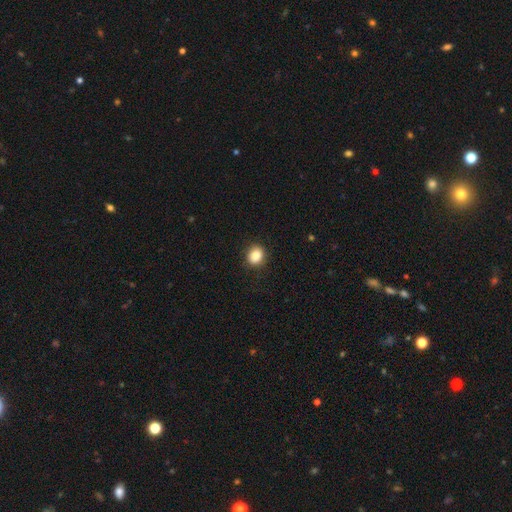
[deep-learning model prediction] Smooth or featured: smooth — 87% (star or artifact — 9%)
How rounded: round — 58% (in between — 41%)
Merging: none — 86% (minor disturbance — 10%)